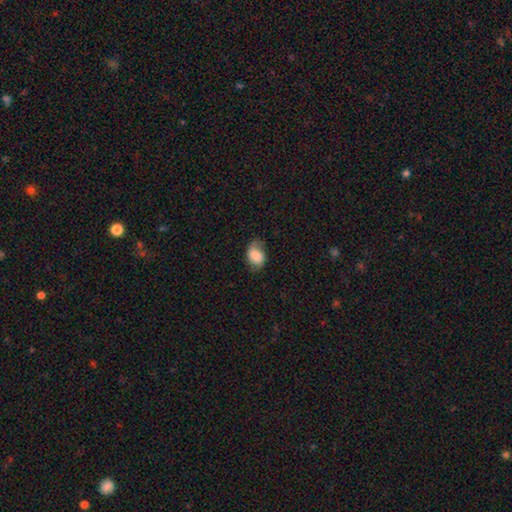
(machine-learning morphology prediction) smooth-or-featured: smooth: 74% | featured or disk: 18% | star or artifact: 8%
  how-rounded: in between: 73% | round: 26% | cigar-shaped: 1%
  merging: none: 59% | minor disturbance: 29% | major disturbance: 10% | merger: 1%